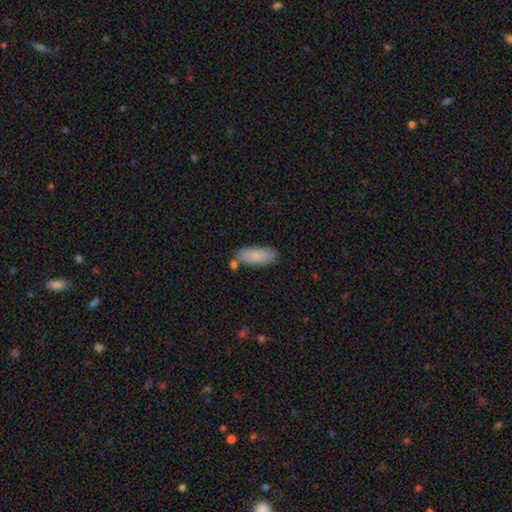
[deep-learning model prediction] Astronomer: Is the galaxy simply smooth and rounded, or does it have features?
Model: smooth — 86%.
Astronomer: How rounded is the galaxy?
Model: in between — 76%.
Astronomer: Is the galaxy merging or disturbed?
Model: none — 73%.